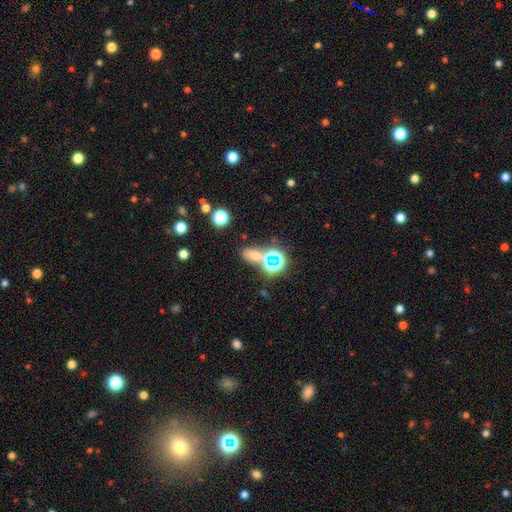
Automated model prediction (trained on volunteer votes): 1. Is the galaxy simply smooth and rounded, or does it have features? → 52% smooth, 38% star or artifact, 10% featured or disk.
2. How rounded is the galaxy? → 70% in between, 24% round, 6% cigar-shaped.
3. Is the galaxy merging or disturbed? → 57% none, 22% merger, 13% minor disturbance, 7% major disturbance.